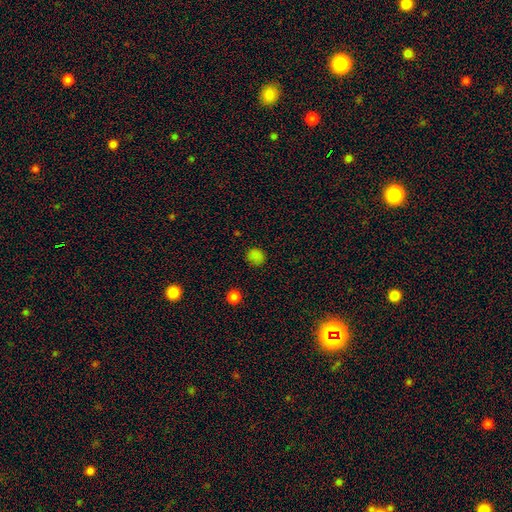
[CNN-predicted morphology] smooth-or-featured: smooth: 80% | star or artifact: 17% | featured or disk: 3%
  how-rounded: round: 86% | in between: 13% | cigar-shaped: 1%
  merging: none: 86% | minor disturbance: 10% | major disturbance: 3% | merger: 2%